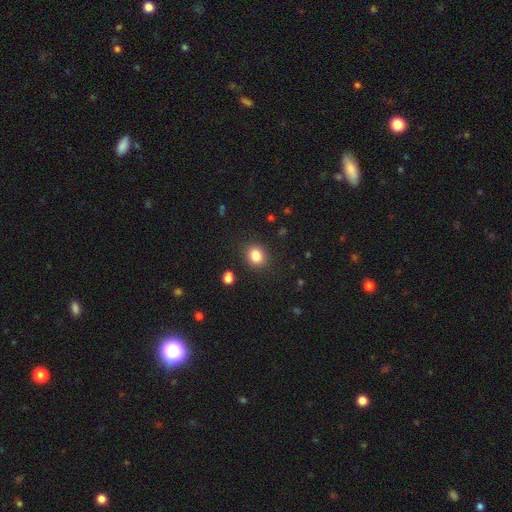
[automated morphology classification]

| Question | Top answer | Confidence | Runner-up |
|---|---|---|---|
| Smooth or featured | smooth | 83% | star or artifact (11%) |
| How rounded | round | 67% | in between (32%) |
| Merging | none | 87% | minor disturbance (8%) |